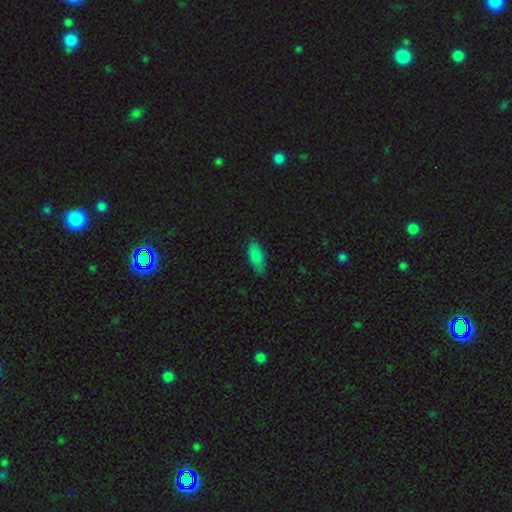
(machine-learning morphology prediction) The model was most divided on "merging": none: 79%, minor disturbance: 17%, major disturbance: 3%, merger: 1%. More confident: smooth or featured — smooth (85%); how rounded — in between (82%).